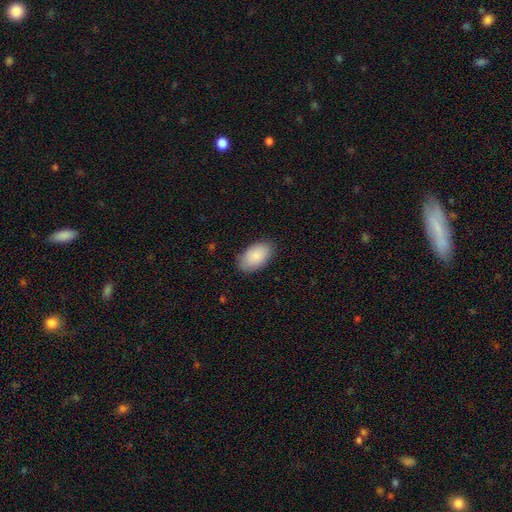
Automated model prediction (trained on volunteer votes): A smooth galaxy with no disk features (87%) that is in between round and cigar-shaped (95%).

Vote fractions:
- Smooth or featured? smooth: 87% / featured or disk: 7% / star or artifact: 6%
- How rounded? in between: 95% / round: 3% / cigar-shaped: 1%
- Merging? none: 84% / minor disturbance: 12% / major disturbance: 2% / merger: 1%